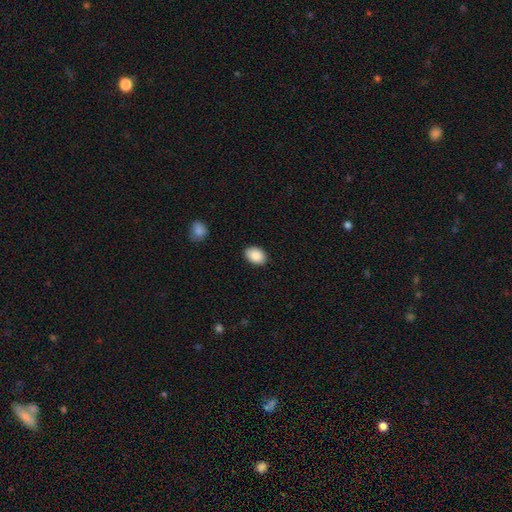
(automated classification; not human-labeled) Q: Smooth or featured?
A: smooth (88%); runner-up: star or artifact (7%)
Q: How rounded?
A: in between (83%); runner-up: round (16%)
Q: Merging?
A: none (88%); runner-up: minor disturbance (9%)